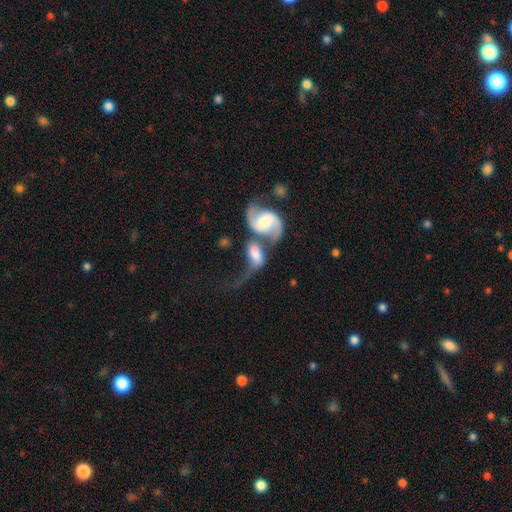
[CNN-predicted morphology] This appears to be a featured or disk galaxy (65%) with no bar (43%), 2 (84%) loose (73%) spiral arms (86%) and a large central bulge (31%). Merging: merger (61%).